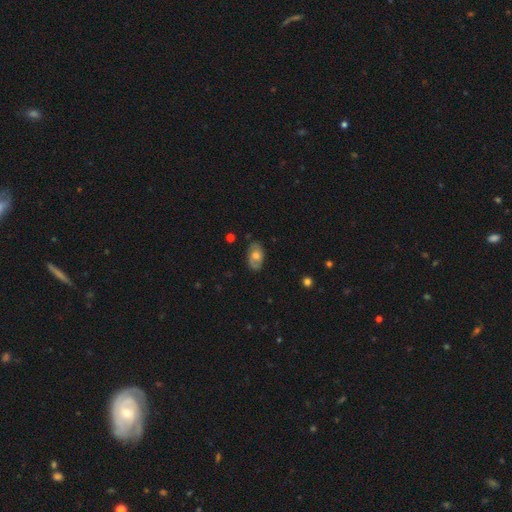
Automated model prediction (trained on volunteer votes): Overall: smooth (55%; featured or disk 37%). How rounded: in between (90%). Merging: none (76%).